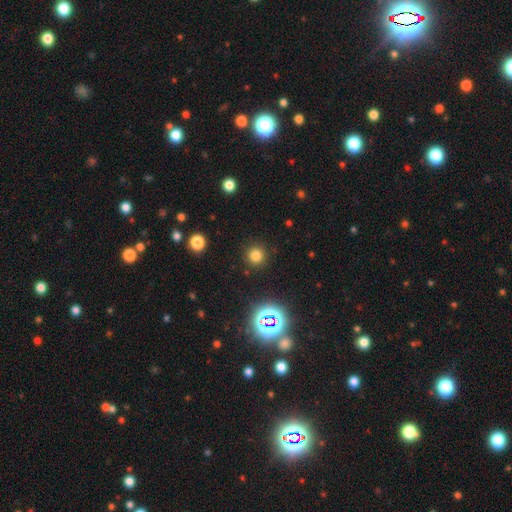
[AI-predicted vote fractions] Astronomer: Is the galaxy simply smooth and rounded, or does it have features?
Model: smooth — 76%.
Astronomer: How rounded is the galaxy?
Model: round — 94%.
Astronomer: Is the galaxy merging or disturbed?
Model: none — 90%.